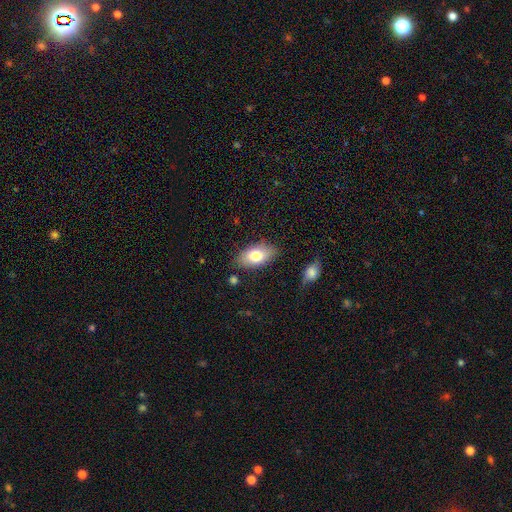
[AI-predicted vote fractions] Morphology: type=smooth (75%); roundness=in between (91%); merging=none (82%).